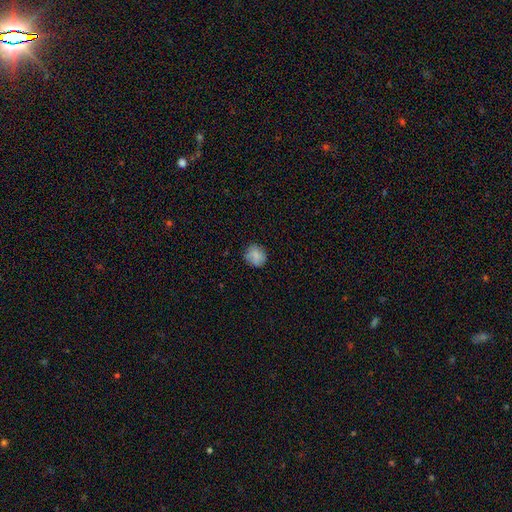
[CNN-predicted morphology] Q: Smooth or featured?
A: smooth (83%); runner-up: star or artifact (9%)
Q: How rounded?
A: round (83%); runner-up: in between (16%)
Q: Merging?
A: none (82%); runner-up: minor disturbance (14%)